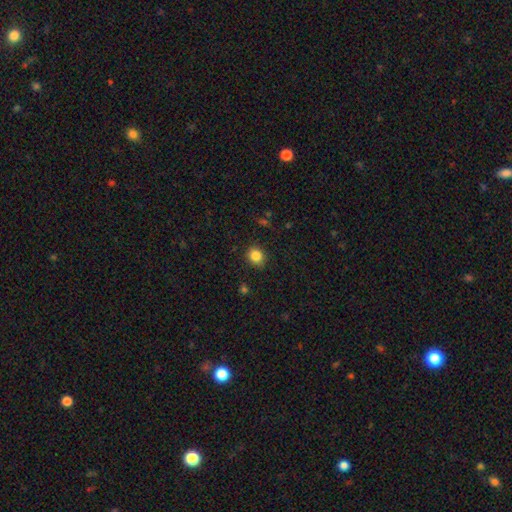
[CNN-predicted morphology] This is clearly a smooth galaxy (85%). How rounded: likely round (75%). Merging: clearly none (88%).